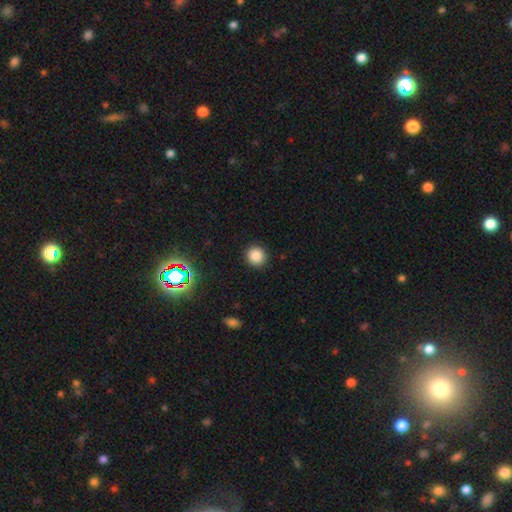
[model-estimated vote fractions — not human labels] smooth_or_featured: smooth (p=0.85) [alt: star or artifact p=0.12]
how_rounded: round (p=0.92) [alt: in between p=0.07]
merging: none (p=0.91) [alt: minor disturbance p=0.06]